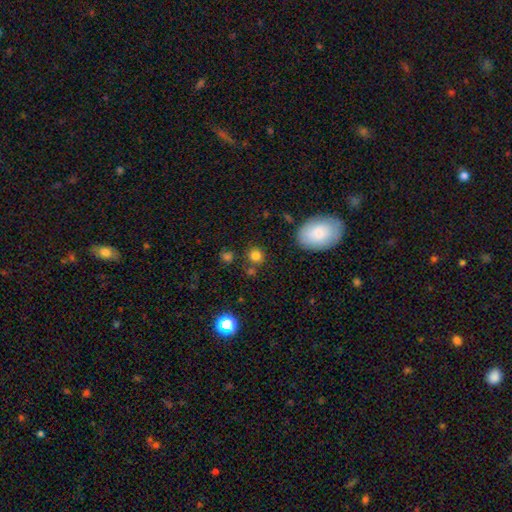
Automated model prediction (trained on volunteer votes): smooth-or-featured: smooth: 80% | star or artifact: 14% | featured or disk: 6%
  how-rounded: round: 83% | in between: 16% | cigar-shaped: 1%
  merging: none: 78% | minor disturbance: 10% | merger: 9% | major disturbance: 4%